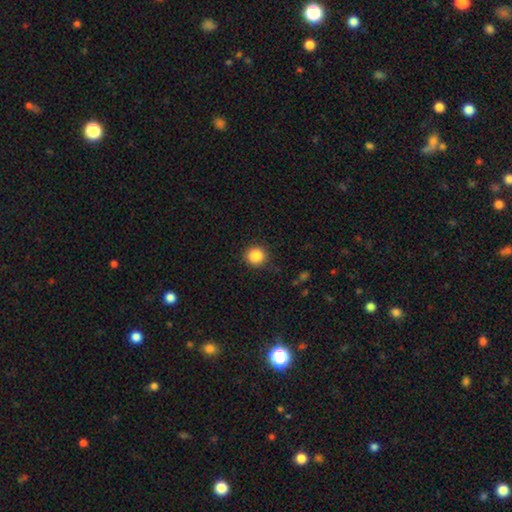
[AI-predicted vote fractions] smooth-or-featured: smooth: 87% | star or artifact: 10% | featured or disk: 3%
  how-rounded: round: 89% | in between: 10% | cigar-shaped: 1%
  merging: none: 87% | minor disturbance: 10% | major disturbance: 3% | merger: 1%